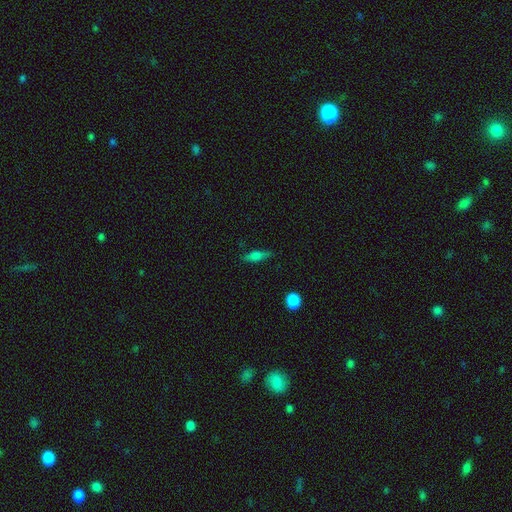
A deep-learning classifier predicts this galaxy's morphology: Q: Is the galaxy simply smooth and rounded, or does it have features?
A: smooth — 61%.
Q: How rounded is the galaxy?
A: cigar-shaped — 56%.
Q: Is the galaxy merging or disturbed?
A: none — 79%.